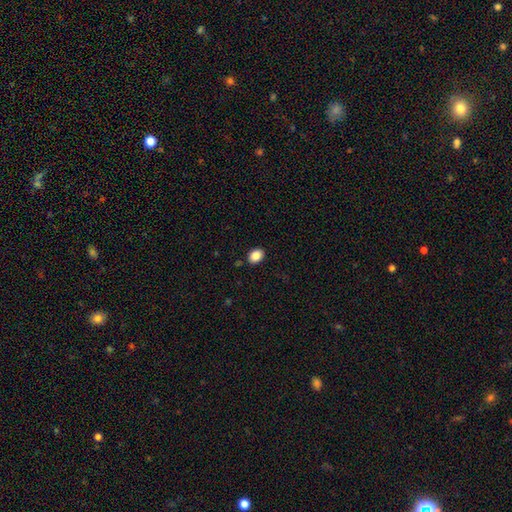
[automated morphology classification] Q: Smooth or featured?
A: smooth (86%); runner-up: star or artifact (9%)
Q: How rounded?
A: in between (66%); runner-up: round (33%)
Q: Merging?
A: none (88%); runner-up: minor disturbance (8%)